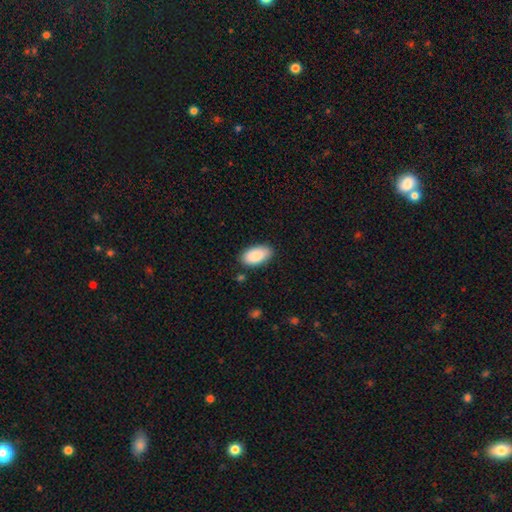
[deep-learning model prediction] This is clearly a smooth galaxy (89%). How rounded: clearly in between (95%). Merging: clearly none (85%).